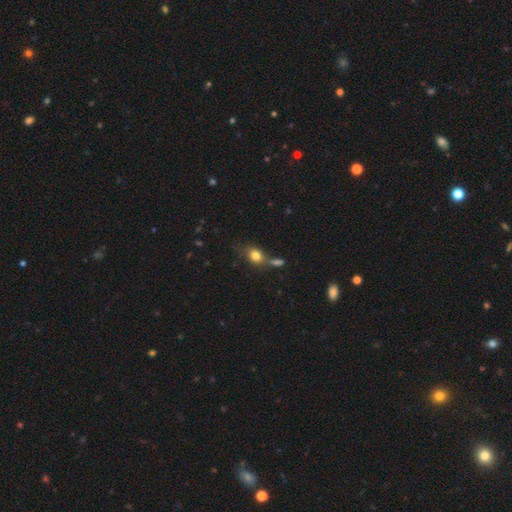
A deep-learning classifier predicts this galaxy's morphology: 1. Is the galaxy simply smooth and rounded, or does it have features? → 79% smooth, 11% star or artifact, 10% featured or disk.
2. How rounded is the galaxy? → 58% in between, 39% round, 2% cigar-shaped.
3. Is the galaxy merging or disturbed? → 54% none, 23% merger, 16% minor disturbance, 7% major disturbance.